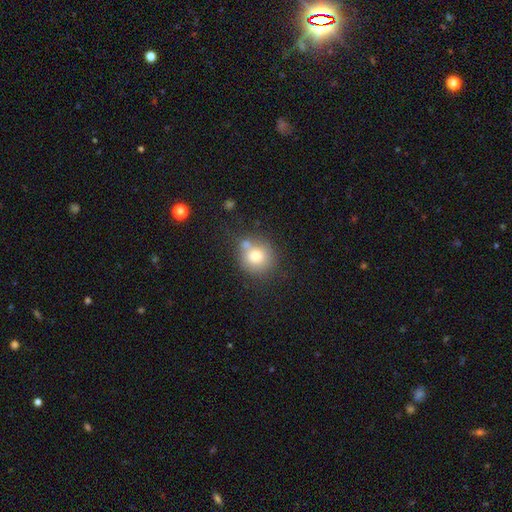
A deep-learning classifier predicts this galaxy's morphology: smooth 75%, featured or disk 15%, star or artifact 11%. Down the decision tree: how rounded — round (88%); merging — none (59%).